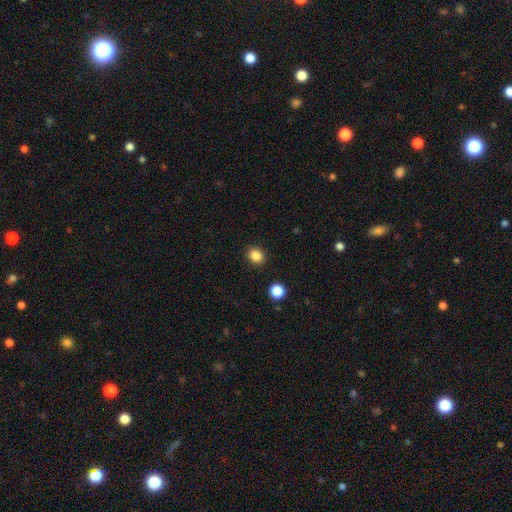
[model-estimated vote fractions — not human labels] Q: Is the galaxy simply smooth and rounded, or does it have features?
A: smooth — 86%.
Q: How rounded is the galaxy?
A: round — 73%.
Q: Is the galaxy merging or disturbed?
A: none — 90%.